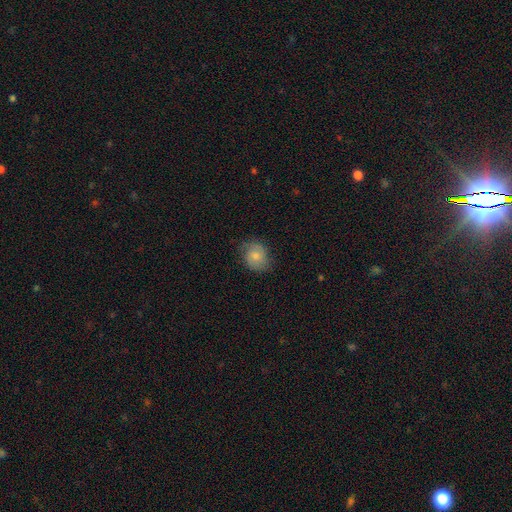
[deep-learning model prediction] Overall: smooth (68%). How rounded: round (58%; in between 41%). Merging: none (70%).